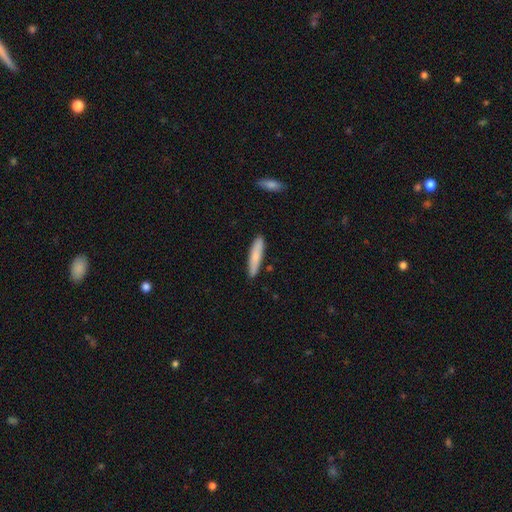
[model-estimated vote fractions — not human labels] smooth 76%, featured or disk 18%, star or artifact 6%. Down the decision tree: how rounded — cigar-shaped (88%); merging — none (87%).